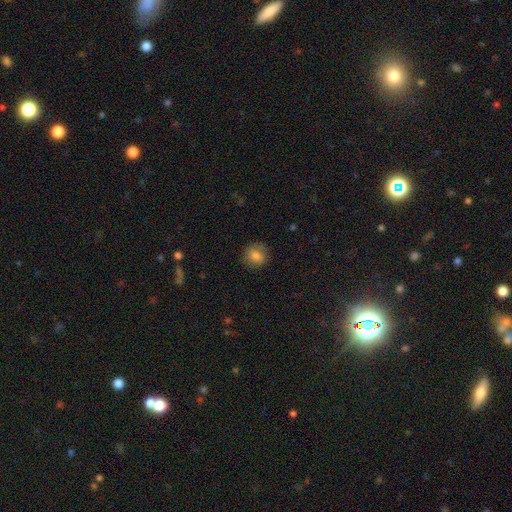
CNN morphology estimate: type=smooth (79%); roundness=round (84%); merging=none (82%).